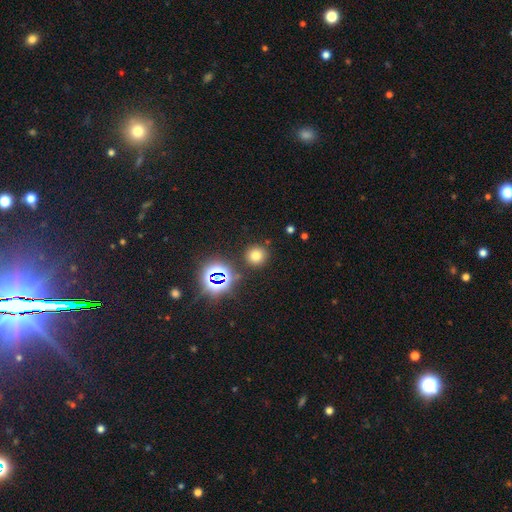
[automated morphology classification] Smooth or featured?
  - smooth: 70% *
  - star or artifact: 23%
  - featured or disk: 7%
How rounded?
  - round: 92% *
  - in between: 7%
  - cigar-shaped: 1%
Merging?
  - none: 86% *
  - minor disturbance: 7%
  - merger: 4%
  - major disturbance: 3%